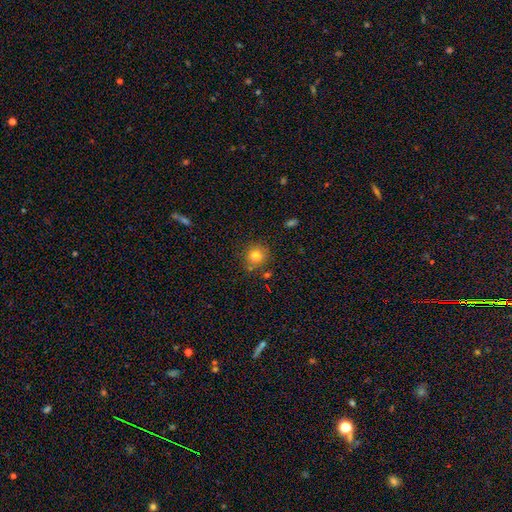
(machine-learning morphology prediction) A smooth galaxy with no disk features (80%) that is round (89%).

Vote fractions:
- Smooth or featured? smooth: 80% / star or artifact: 13% / featured or disk: 8%
- How rounded? round: 89% / in between: 10% / cigar-shaped: 1%
- Merging? none: 80% / minor disturbance: 11% / merger: 6% / major disturbance: 3%